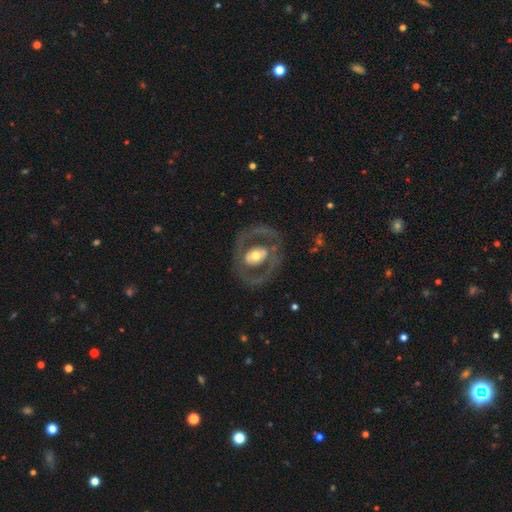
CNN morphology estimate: smooth-or-featured: featured or disk: 70% | smooth: 25% | star or artifact: 5%
  disk-edge-on: no: 95% | yes: 5%
    bar: no: 62% | weak: 23% | strong: 16%
    has-spiral-arms: no: 67% | yes: 33%
    bulge-size: moderate: 63% | large: 22% | small: 13% | dominant: 2% | none: 1%
  merging: none: 72% | major disturbance: 13% | minor disturbance: 13% | merger: 2%